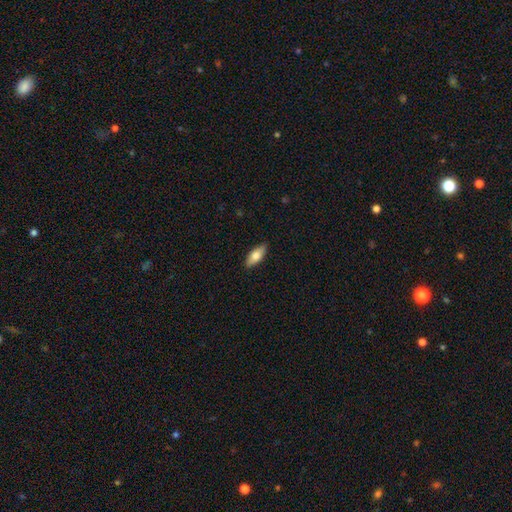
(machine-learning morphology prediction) Smooth or featured? Predicted: smooth (p=0.73). How rounded? Predicted: in between (p=0.77). Merging? Predicted: none (p=0.88).